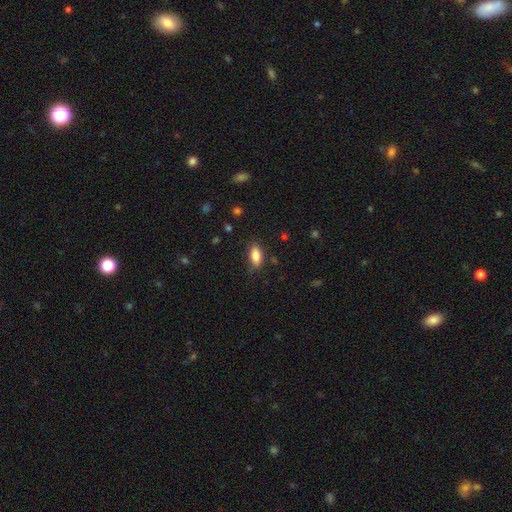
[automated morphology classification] type=smooth (83%); roundness=in between (86%); merging=none (78%).